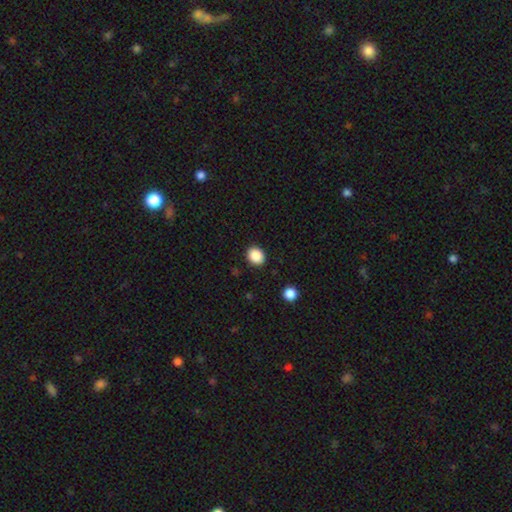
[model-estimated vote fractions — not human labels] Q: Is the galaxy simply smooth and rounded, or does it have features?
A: smooth — 88%.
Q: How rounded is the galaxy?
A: round — 62%.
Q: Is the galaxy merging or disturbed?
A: none — 90%.